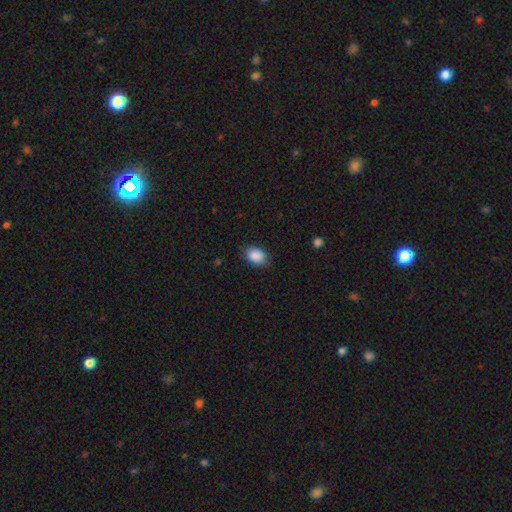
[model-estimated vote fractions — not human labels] Q: Smooth or featured?
A: smooth (89%); runner-up: star or artifact (8%)
Q: How rounded?
A: in between (81%); runner-up: round (18%)
Q: Merging?
A: none (85%); runner-up: minor disturbance (12%)